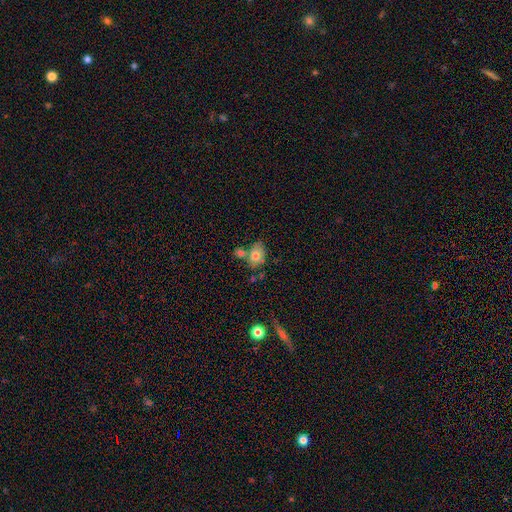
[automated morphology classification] Smooth or featured?
  - smooth: 73% *
  - featured or disk: 18%
  - star or artifact: 9%
How rounded?
  - in between: 64% *
  - round: 34%
  - cigar-shaped: 1%
Merging?
  - none: 46% *
  - merger: 31%
  - minor disturbance: 17%
  - major disturbance: 6%